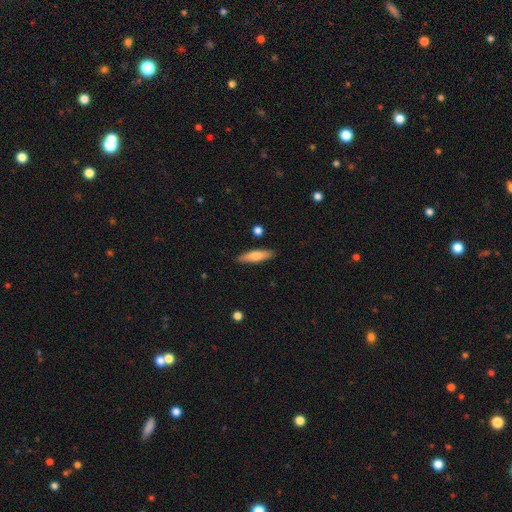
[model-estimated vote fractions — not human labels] This appears to be a smooth galaxy with no disk features (69%) that is cigar-shaped (72%). Merging: none (88%).